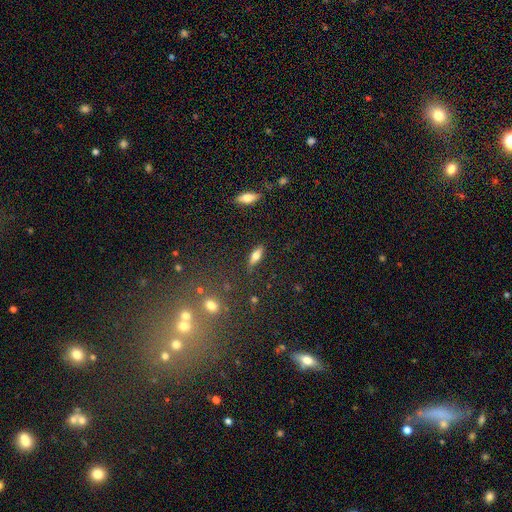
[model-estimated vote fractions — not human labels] Smooth or featured: smooth — 55% (featured or disk — 36%)
How rounded: in between — 59% (cigar-shaped — 37%)
Merging: none — 84% (minor disturbance — 11%)